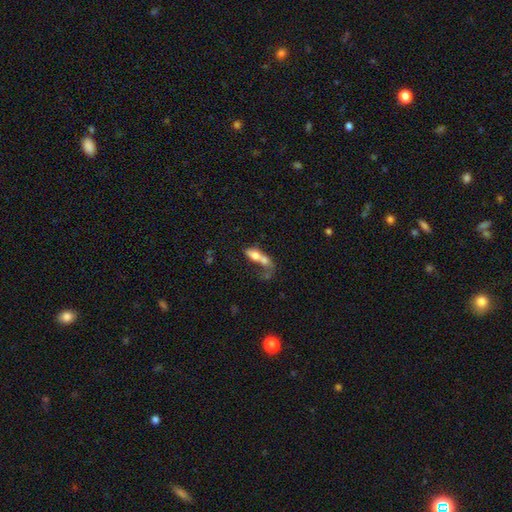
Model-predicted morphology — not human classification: A smooth galaxy with no disk features (60%) that is in between round and cigar-shaped (68%). Merging: merger (62%).